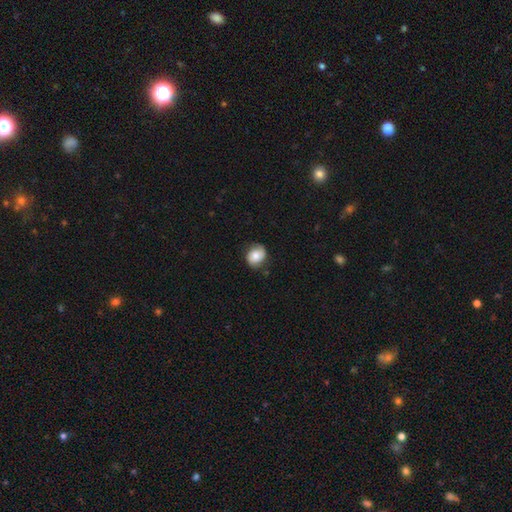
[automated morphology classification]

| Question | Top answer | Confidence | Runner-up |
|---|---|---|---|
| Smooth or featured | smooth | 64% | featured or disk (28%) |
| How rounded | round | 63% | in between (36%) |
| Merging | none | 73% | minor disturbance (21%) |